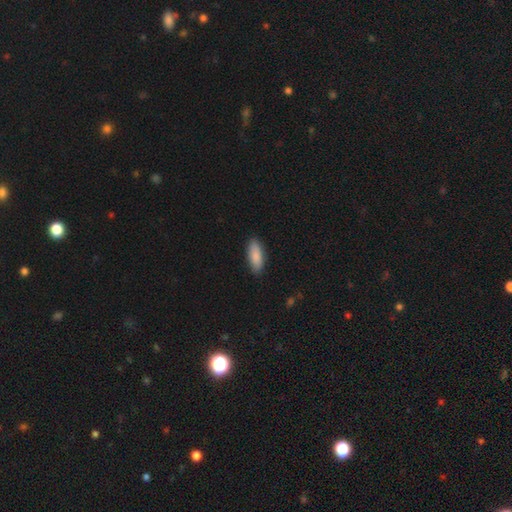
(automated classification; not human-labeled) Smooth or featured? smooth (88%)
How rounded? in between (69%)
Merging? none (88%)